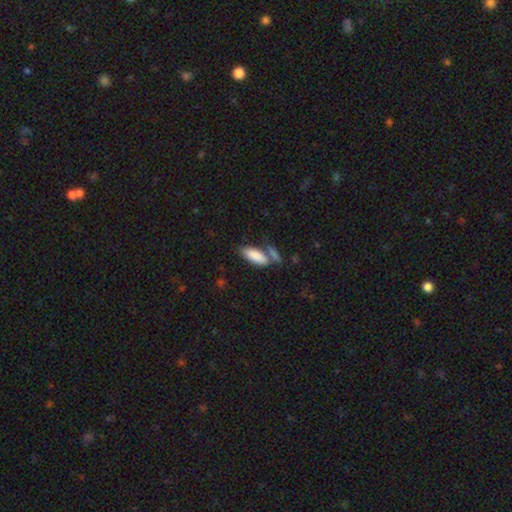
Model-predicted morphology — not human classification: A smooth galaxy with no disk features (85%) that is in between round and cigar-shaped (77%).

Vote fractions:
- Smooth or featured? smooth: 85% / featured or disk: 9% / star or artifact: 6%
- How rounded? in between: 77% / cigar-shaped: 21% / round: 2%
- Merging? none: 53% / merger: 28% / minor disturbance: 14% / major disturbance: 5%